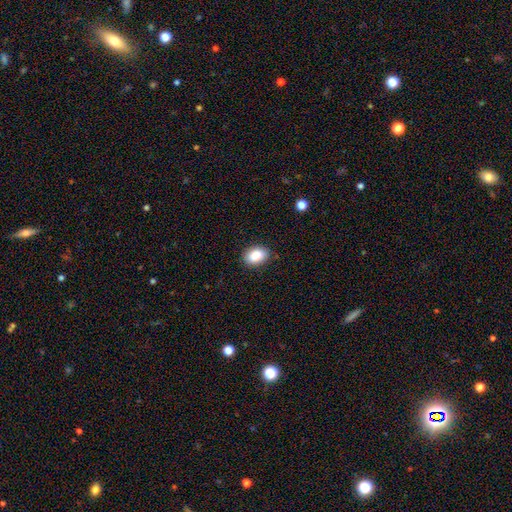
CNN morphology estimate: This is clearly a smooth galaxy (85%). How rounded: clearly in between (82%). Merging: clearly none (87%).